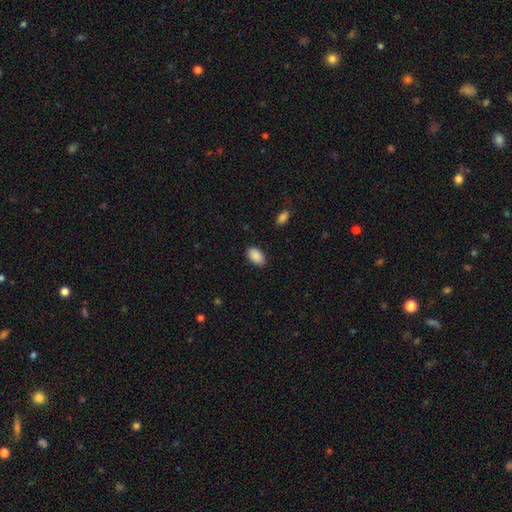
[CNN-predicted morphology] Smooth or featured?
  - smooth: 90% *
  - star or artifact: 7%
  - featured or disk: 4%
How rounded?
  - in between: 94% *
  - round: 5%
  - cigar-shaped: 1%
Merging?
  - none: 88% *
  - minor disturbance: 9%
  - major disturbance: 2%
  - merger: 1%